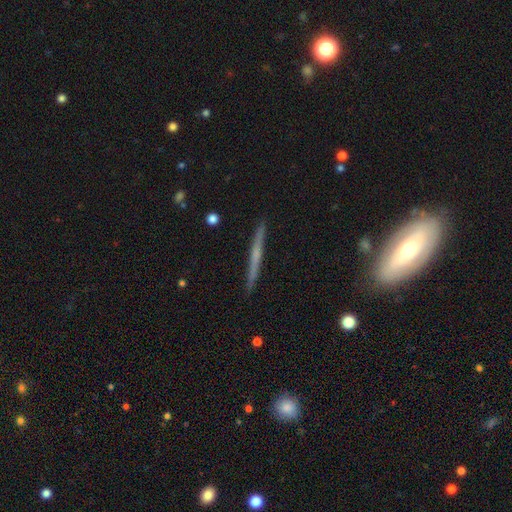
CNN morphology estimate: A featured or disk galaxy (59%) viewed edge-on (97%) with no central bulge (65%).

Vote fractions:
- Smooth or featured? featured or disk: 59% / smooth: 33% / star or artifact: 7%
- Edge-on disk? yes: 97% / no: 3%
- Edge-on bulge? none: 65% / rounded: 29% / boxy: 6%
- Merging? none: 90% / minor disturbance: 7% / major disturbance: 1% / merger: 1%